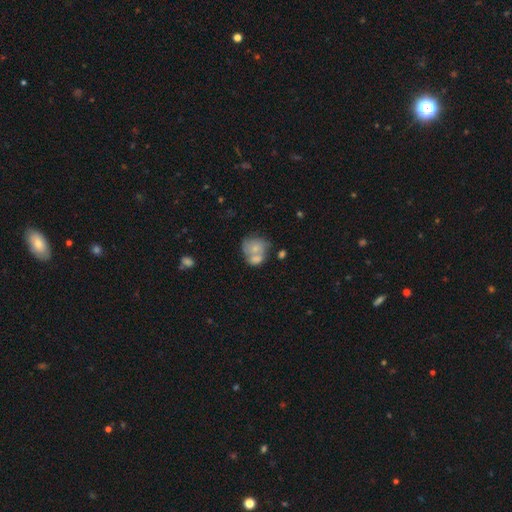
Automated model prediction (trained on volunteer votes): Smooth or featured? Predicted: smooth (p=0.62). How rounded? Predicted: round (p=0.65). Merging? Predicted: merger (p=0.54).